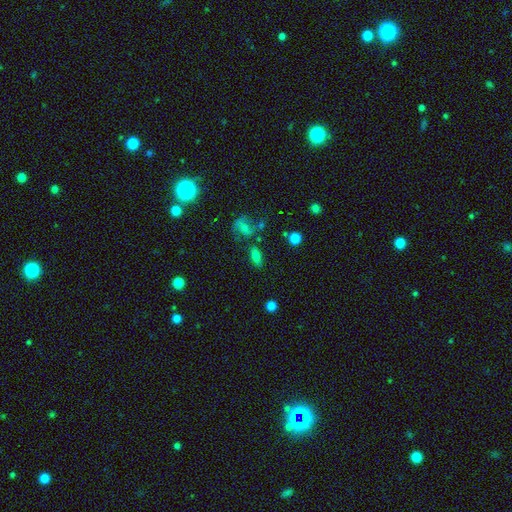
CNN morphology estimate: A smooth galaxy with no disk features (73%) that is in between round and cigar-shaped (77%). Merging: none (70%).